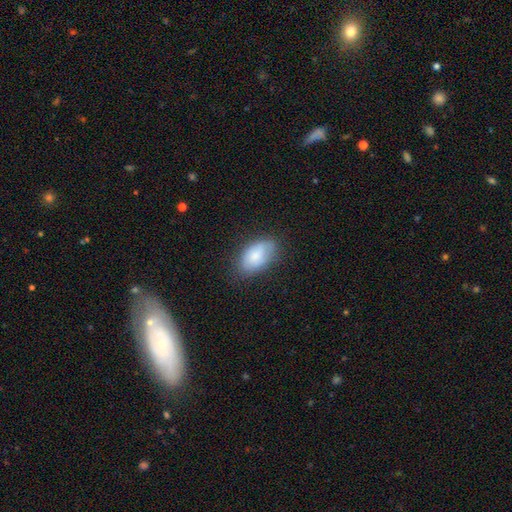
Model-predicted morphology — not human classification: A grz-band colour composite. It shows a smooth galaxy with no disk features (80%) that is in between round and cigar-shaped (94%). Merging: none (70%).